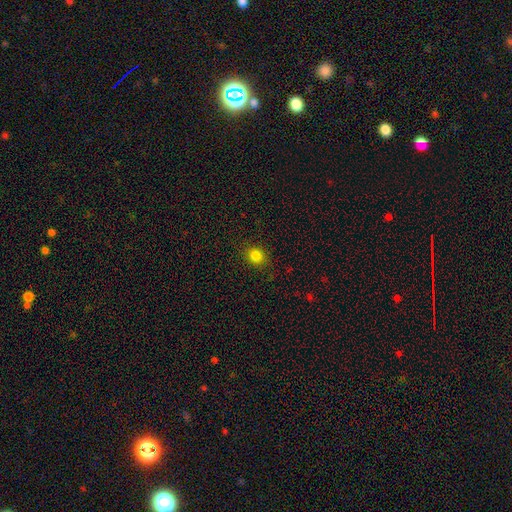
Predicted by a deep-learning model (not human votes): smooth 83%, star or artifact 13%, featured or disk 4%. Down the decision tree: how rounded — round (74%); merging — none (88%).